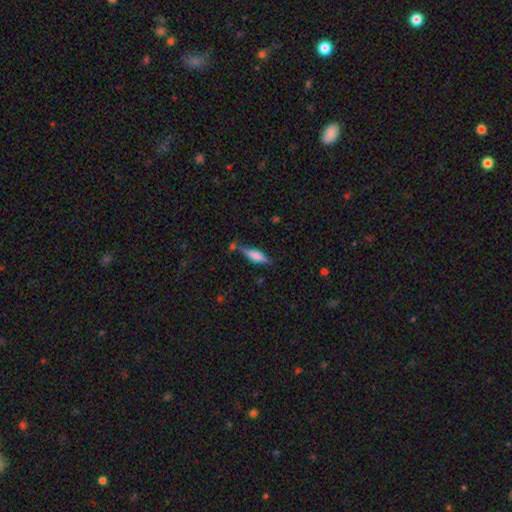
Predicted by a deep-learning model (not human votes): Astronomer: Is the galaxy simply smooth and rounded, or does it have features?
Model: smooth — 58% (runner-up: featured or disk, 34%).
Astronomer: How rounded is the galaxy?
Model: cigar-shaped — 54% (runner-up: in between, 44%).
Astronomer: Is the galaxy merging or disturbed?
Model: none — 63%.